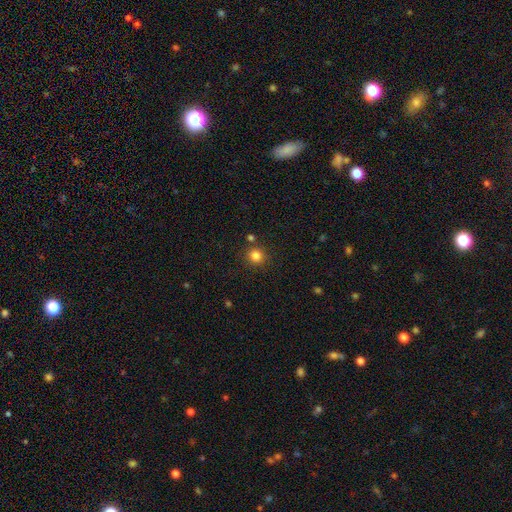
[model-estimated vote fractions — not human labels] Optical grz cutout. It shows a smooth galaxy with no disk features (82%) that is round (90%). Merging: none (84%).